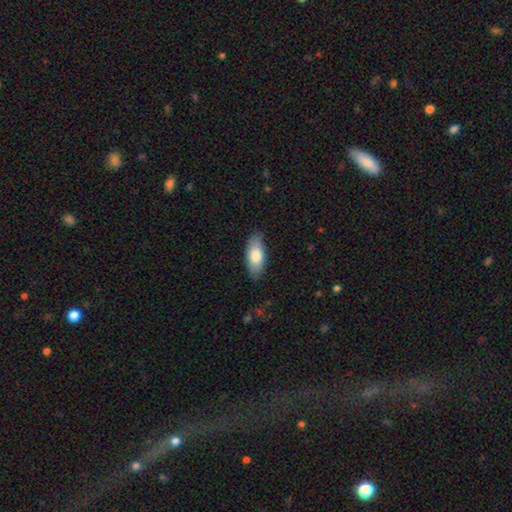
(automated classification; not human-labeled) This appears to be a smooth galaxy with no disk features (78%) that is in between round and cigar-shaped (84%). Merging: none (84%).